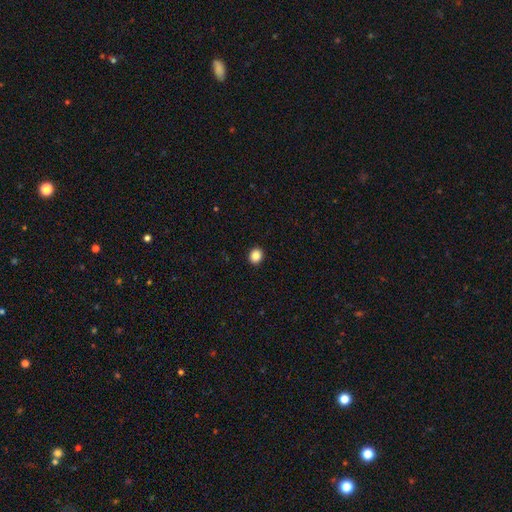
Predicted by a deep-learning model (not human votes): Smooth or featured: smooth — 86% (star or artifact — 10%)
How rounded: round — 71% (in between — 29%)
Merging: none — 92% (minor disturbance — 5%)